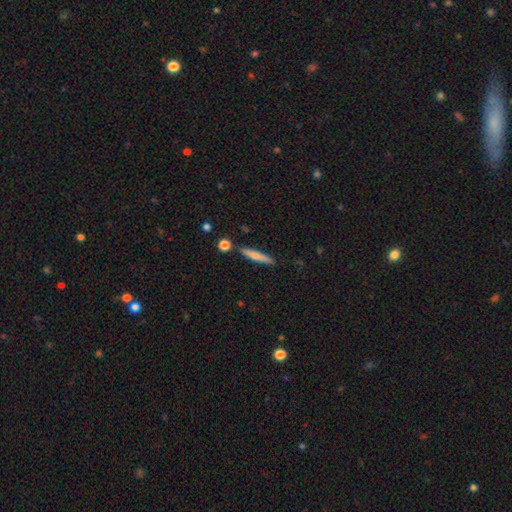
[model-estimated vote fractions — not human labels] The model was most divided on "smooth or featured": smooth: 67%, featured or disk: 27%, star or artifact: 6%. More confident: how rounded — cigar-shaped (92%); merging — none (85%).